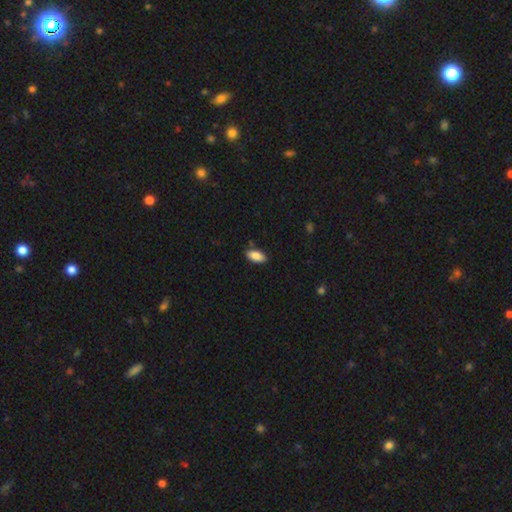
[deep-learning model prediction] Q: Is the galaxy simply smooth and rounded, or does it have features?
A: smooth — 86%.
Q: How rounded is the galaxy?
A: in between — 92%.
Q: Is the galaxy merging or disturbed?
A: none — 85%.